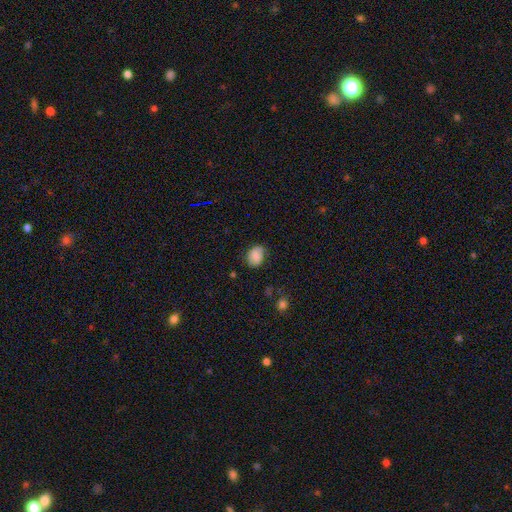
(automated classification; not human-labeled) The model was most divided on "how rounded": in between: 63%, round: 36%, cigar-shaped: 1%. More confident: smooth or featured — smooth (80%); merging — none (70%).